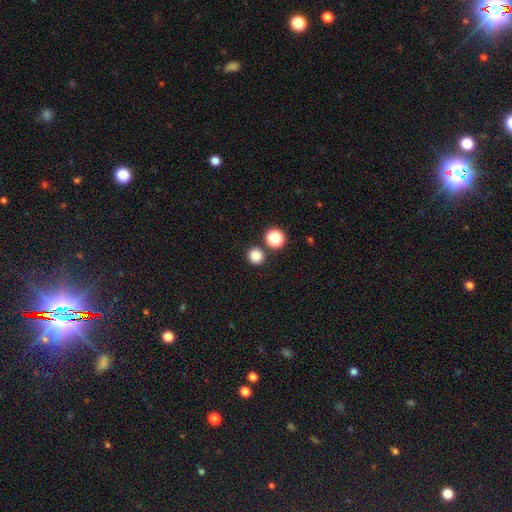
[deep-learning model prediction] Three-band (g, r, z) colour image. It shows a smooth galaxy with no disk features (83%) that is round (93%). Merging: none (84%).